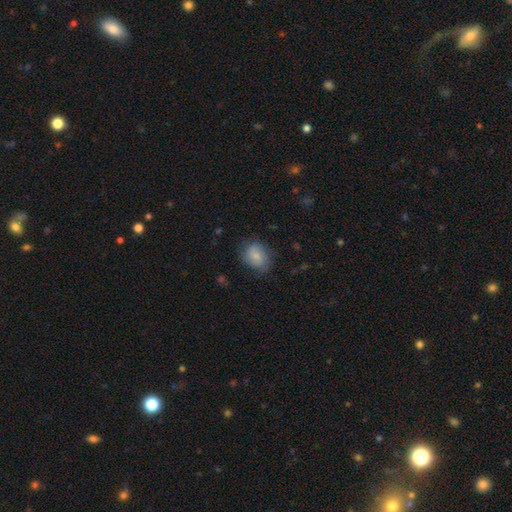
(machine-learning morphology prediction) smooth-or-featured: smooth: 78% | featured or disk: 14% | star or artifact: 8%
  how-rounded: round: 52% | in between: 47% | cigar-shaped: 1%
  merging: none: 70% | minor disturbance: 22% | major disturbance: 7% | merger: 1%